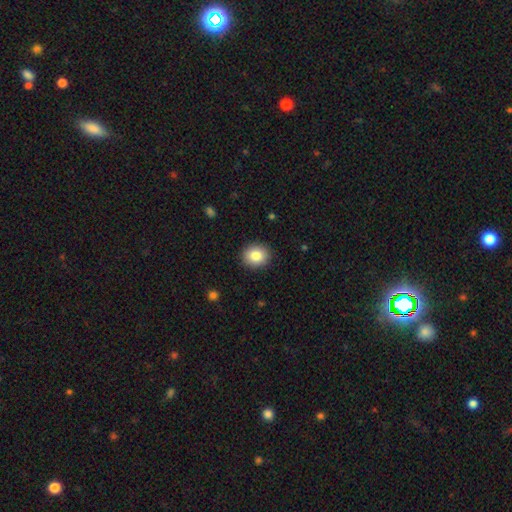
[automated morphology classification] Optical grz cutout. It shows a smooth galaxy with no disk features (84%) that is round (79%). Merging: none (91%).